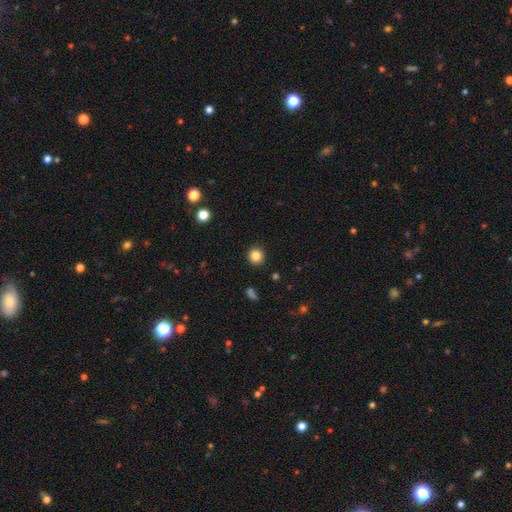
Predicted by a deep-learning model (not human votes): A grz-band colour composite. It shows a smooth galaxy with no disk features (85%) that is round (92%). Merging: none (92%).